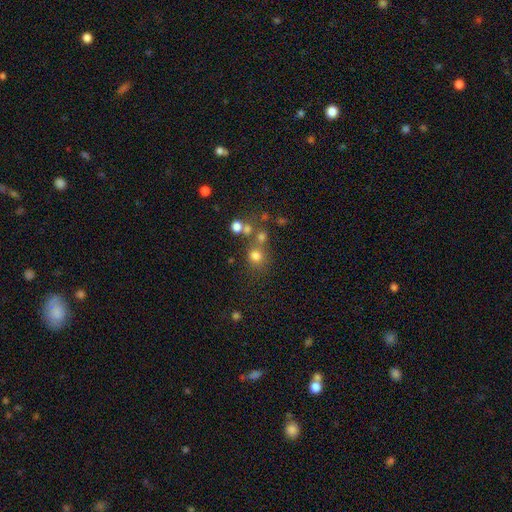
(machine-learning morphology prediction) Smooth or featured? Predicted: smooth (p=0.72). How rounded? Predicted: round (p=0.85). Merging? Predicted: none (p=0.60).